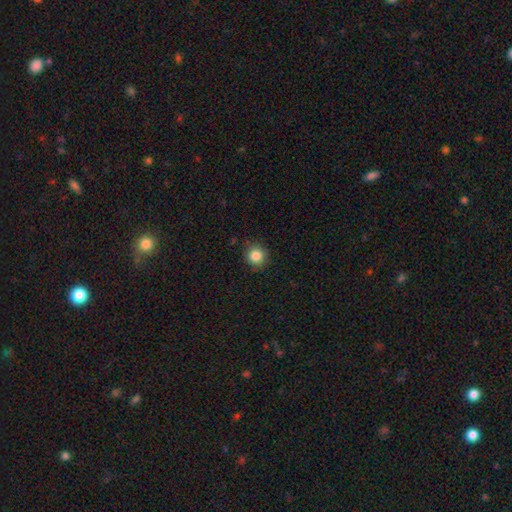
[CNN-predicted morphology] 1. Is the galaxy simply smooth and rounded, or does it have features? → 85% smooth, 10% star or artifact, 5% featured or disk.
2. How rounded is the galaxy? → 91% round, 8% in between, 1% cigar-shaped.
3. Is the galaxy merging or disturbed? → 86% none, 11% minor disturbance, 2% major disturbance, 1% merger.